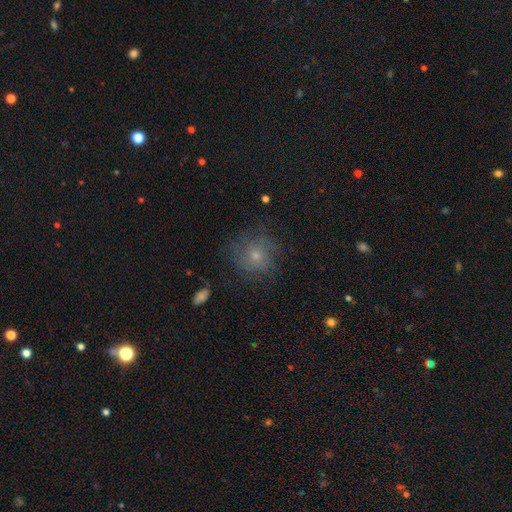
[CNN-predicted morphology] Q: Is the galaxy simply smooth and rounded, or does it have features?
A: smooth — 47%.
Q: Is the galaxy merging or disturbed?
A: none — 72%.